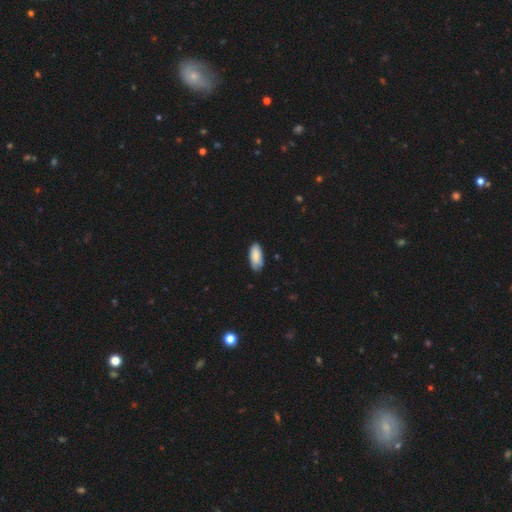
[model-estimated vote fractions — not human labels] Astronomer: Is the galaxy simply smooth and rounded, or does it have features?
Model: smooth — 83%.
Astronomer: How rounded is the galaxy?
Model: in between — 88%.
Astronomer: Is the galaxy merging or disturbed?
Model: none — 74%.